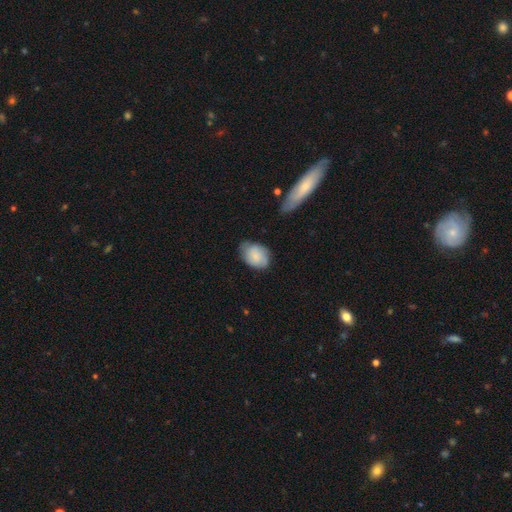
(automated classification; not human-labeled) Morphology: type=smooth (73%); roundness=in between (71%); merging=none (62%).